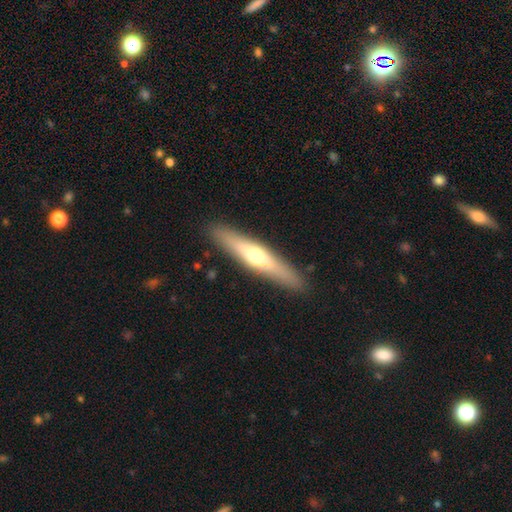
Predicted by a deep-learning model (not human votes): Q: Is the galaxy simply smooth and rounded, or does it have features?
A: featured or disk — 50%.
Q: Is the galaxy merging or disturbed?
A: none — 90%.